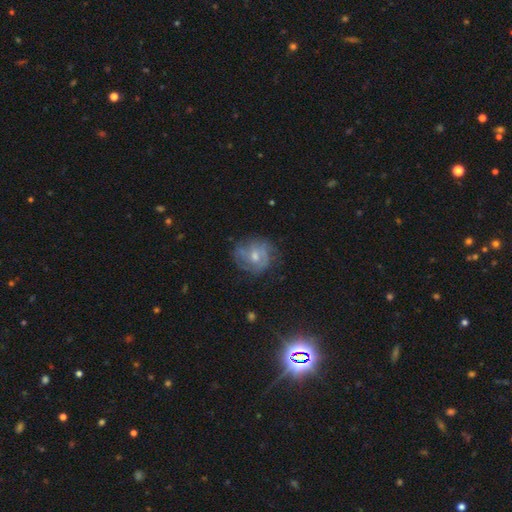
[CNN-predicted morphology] type=featured or disk (64%); edge-on=no (98%); bar=no (56%); spiral arms=yes (73%); bulge=moderate (57%); merging=none (62%).